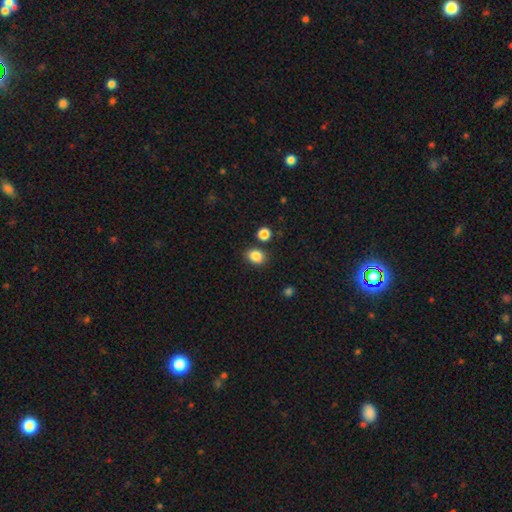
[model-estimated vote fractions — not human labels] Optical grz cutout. It shows a smooth galaxy with no disk features (86%) that is in between round and cigar-shaped (50%). Merging: none (79%).